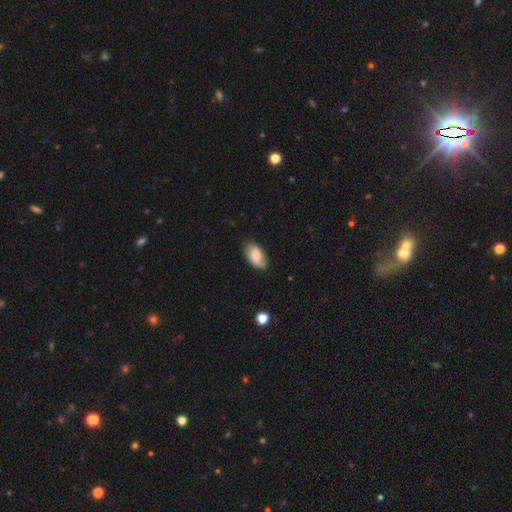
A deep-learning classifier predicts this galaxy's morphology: type=smooth (57%); roundness=in between (92%); merging=none (68%).